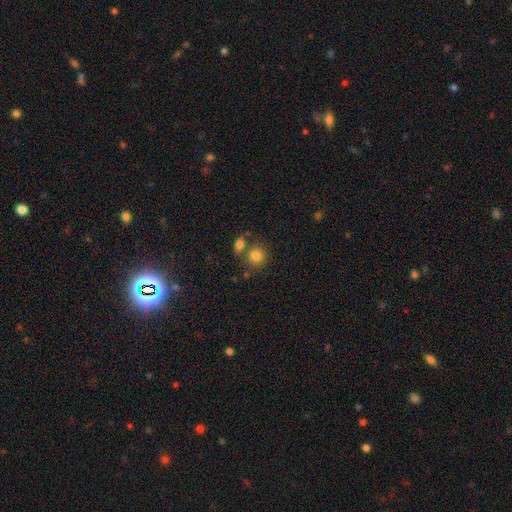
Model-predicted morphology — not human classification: This is clearly a smooth galaxy (81%). How rounded: clearly round (85%). Merging: likely none (61%).